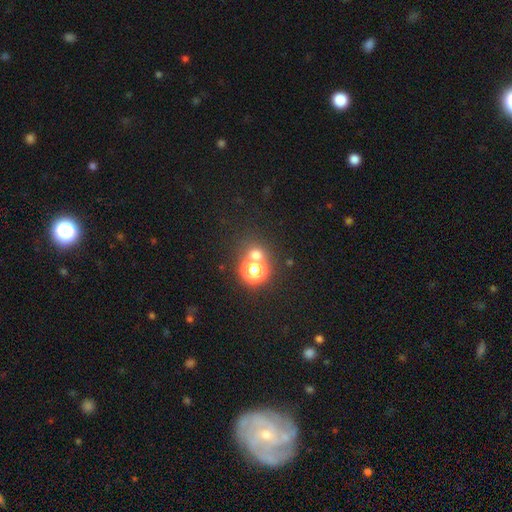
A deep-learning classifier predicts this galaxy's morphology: smooth_or_featured: smooth (p=0.58) [alt: star or artifact p=0.33]
how_rounded: round (p=0.85) [alt: in between p=0.14]
merging: none (p=0.64) [alt: merger p=0.25]